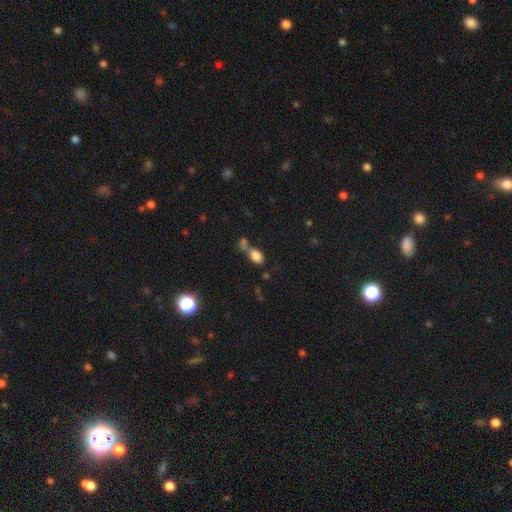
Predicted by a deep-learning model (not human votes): Morphology: type=smooth (81%); roundness=in between (87%); merging=merger (44%).